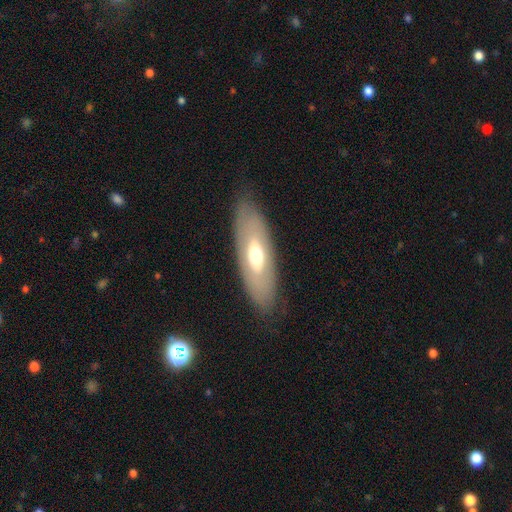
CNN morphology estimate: A smooth galaxy with no disk features (50%).

Vote fractions:
- Smooth or featured? smooth: 50% / featured or disk: 44% / star or artifact: 6%
- Merging? none: 83% / minor disturbance: 11% / major disturbance: 4% / merger: 1%